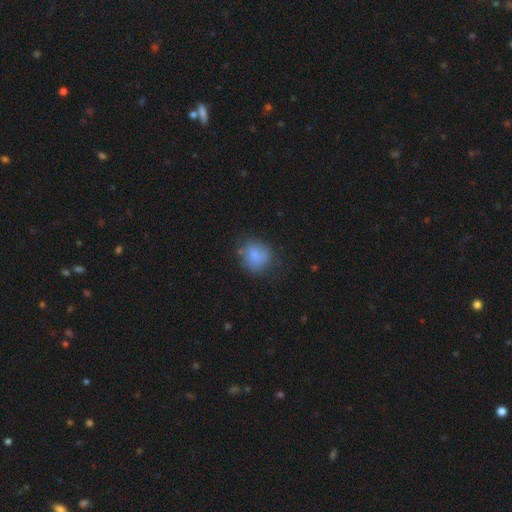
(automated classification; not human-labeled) Morphology: type=smooth (80%); roundness=round (79%); merging=none (65%).